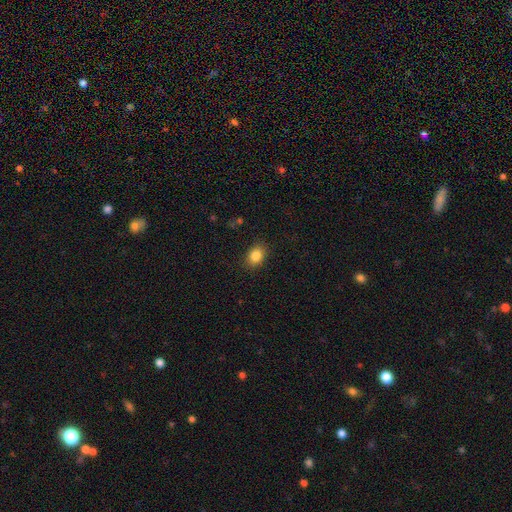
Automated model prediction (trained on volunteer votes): This is clearly a smooth galaxy (85%). How rounded: likely in between (69%). Merging: clearly none (86%).